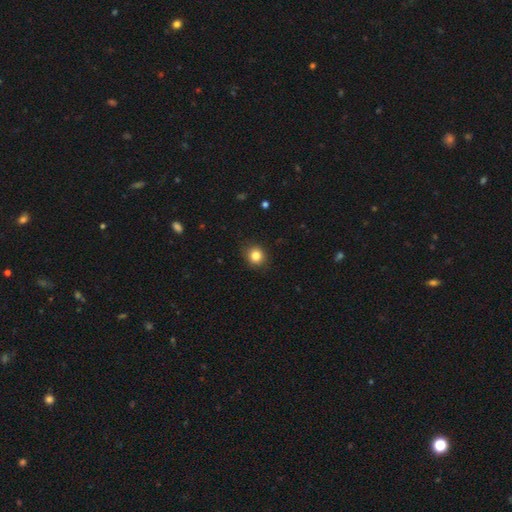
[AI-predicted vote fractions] This is clearly a smooth galaxy (84%). How rounded: clearly round (83%). Merging: clearly none (87%).